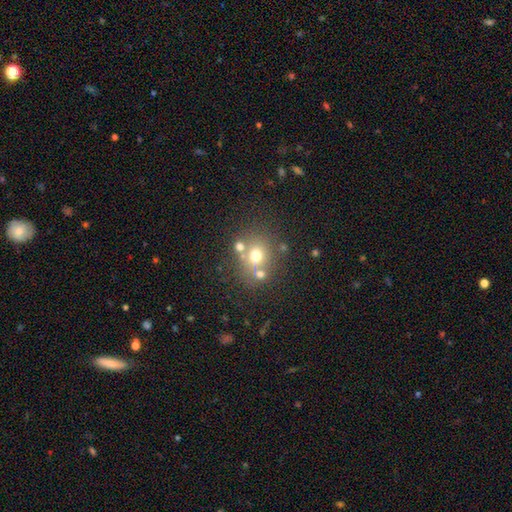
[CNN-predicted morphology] type=smooth (63%); roundness=round (75%); merging=none (60%).